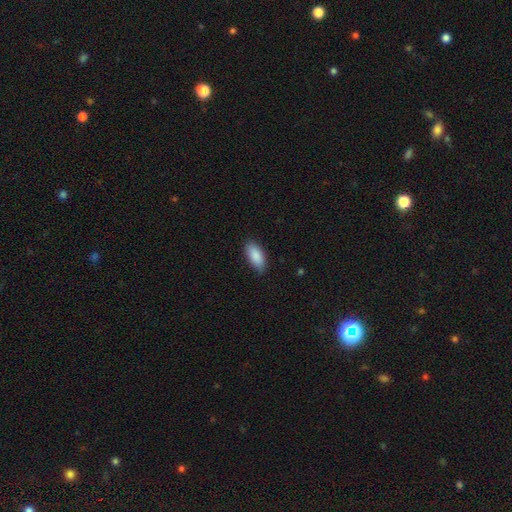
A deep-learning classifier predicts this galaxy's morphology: Q: Smooth or featured?
A: smooth (88%); runner-up: star or artifact (6%)
Q: How rounded?
A: in between (90%); runner-up: cigar-shaped (8%)
Q: Merging?
A: none (81%); runner-up: minor disturbance (15%)